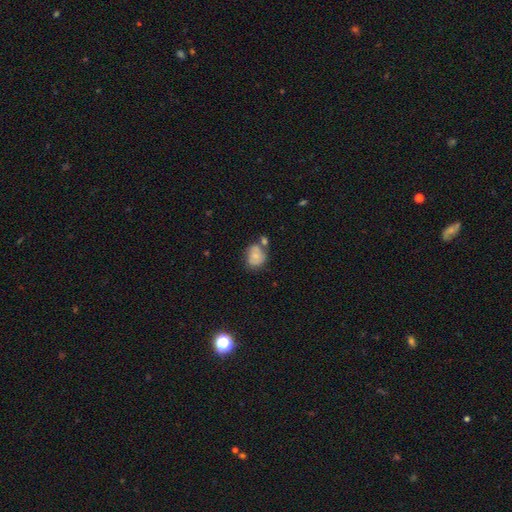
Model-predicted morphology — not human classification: type=smooth (69%); roundness=round (51%); merging=none (45%).